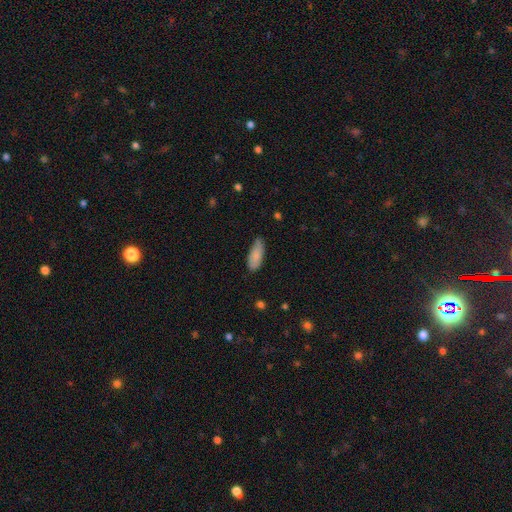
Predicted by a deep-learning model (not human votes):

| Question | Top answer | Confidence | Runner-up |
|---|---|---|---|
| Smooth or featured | smooth | 83% | featured or disk (11%) |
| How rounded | in between | 79% | cigar-shaped (19%) |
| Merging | none | 68% | minor disturbance (27%) |